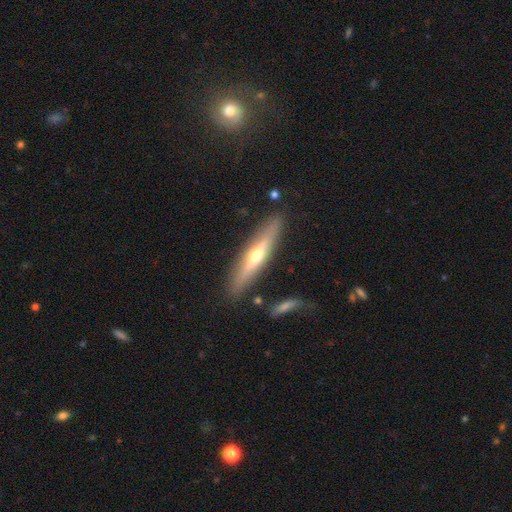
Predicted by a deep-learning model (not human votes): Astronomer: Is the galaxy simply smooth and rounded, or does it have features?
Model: featured or disk — 58% (runner-up: smooth, 37%).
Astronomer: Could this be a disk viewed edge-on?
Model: yes — 91%.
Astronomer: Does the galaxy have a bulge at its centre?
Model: rounded — 81%.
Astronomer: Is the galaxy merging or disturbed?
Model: none — 85%.